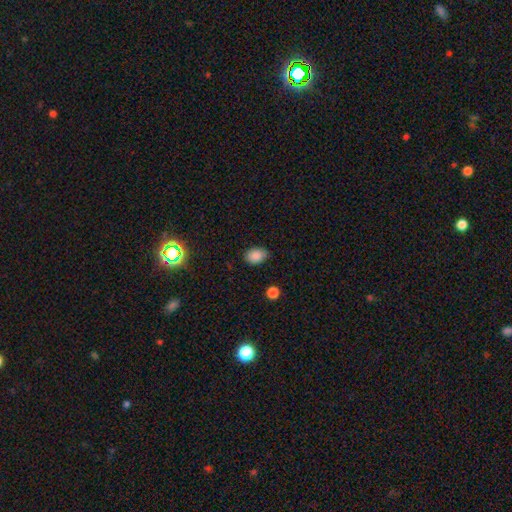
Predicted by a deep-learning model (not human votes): Overall: smooth (87%). How rounded: in between (79%). Merging: none (82%).